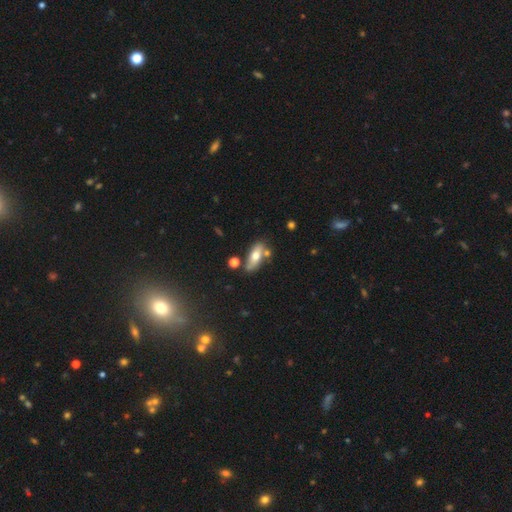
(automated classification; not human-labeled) The model was most divided on "smooth or featured": smooth: 63%, featured or disk: 30%, star or artifact: 7%. More confident: how rounded — in between (73%); merging — none (69%).